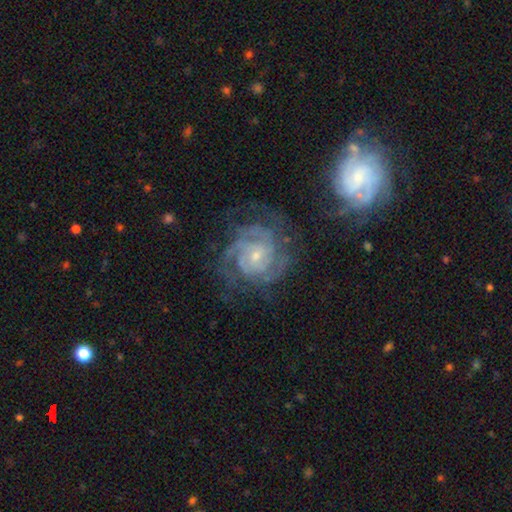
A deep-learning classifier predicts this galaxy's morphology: smooth-or-featured: featured or disk: 88% | star or artifact: 6% | smooth: 6%
  disk-edge-on: no: 98% | yes: 2%
    bar: no: 58% | weak: 35% | strong: 7%
    has-spiral-arms: yes: 97% | no: 3%
      spiral-winding: tight: 65% | medium: 29% | loose: 5%
      spiral-arm-count: can't tell: 27% | 3: 24% | 2: 20% | 4: 17% | more than 4: 7% | 1: 6%
    bulge-size: small: 64% | moderate: 31% | none: 2% | large: 2% | dominant: 1%
  merging: none: 66% | minor disturbance: 19% | major disturbance: 13% | merger: 2%